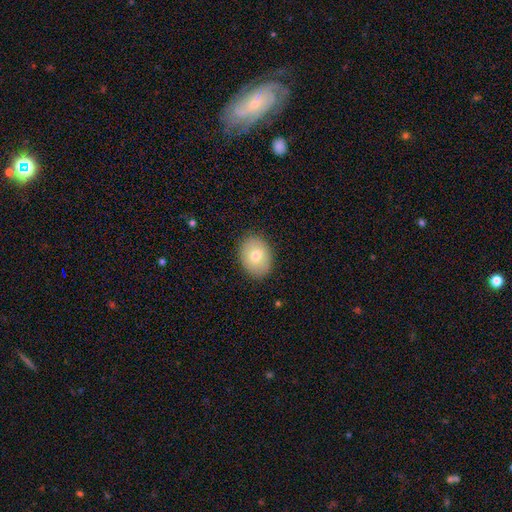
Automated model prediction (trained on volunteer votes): Smooth or featured: smooth — 73% (featured or disk — 19%)
How rounded: in between — 63% (round — 36%)
Merging: none — 87% (minor disturbance — 9%)